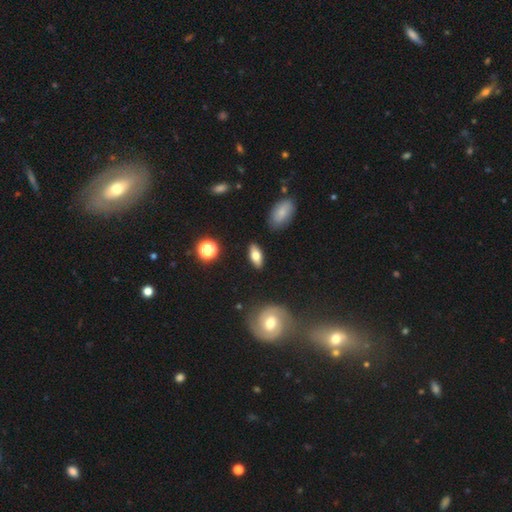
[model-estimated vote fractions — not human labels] This is likely a smooth galaxy (67%). How rounded: clearly in between (81%). Merging: clearly none (86%).